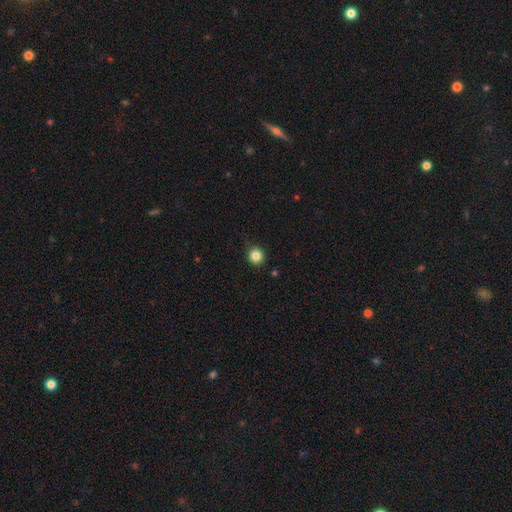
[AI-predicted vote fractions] smooth-or-featured: smooth: 84% | star or artifact: 11% | featured or disk: 5%
  how-rounded: round: 92% | in between: 7% | cigar-shaped: 1%
  merging: none: 86% | minor disturbance: 10% | major disturbance: 2% | merger: 1%